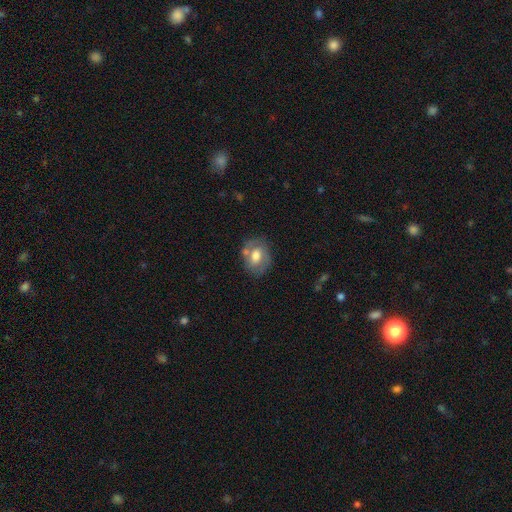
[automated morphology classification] Q: Smooth or featured?
A: smooth (50%); runner-up: featured or disk (42%)
Q: How rounded?
A: in between (60%); runner-up: round (39%)
Q: Merging?
A: none (60%); runner-up: minor disturbance (22%)